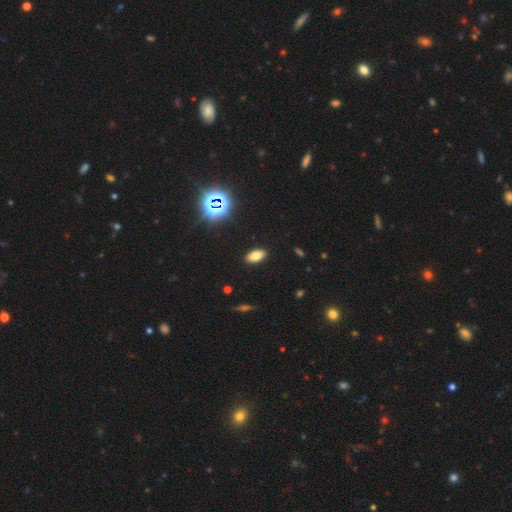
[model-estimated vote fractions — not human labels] Smooth or featured? Predicted: smooth (p=0.72). How rounded? Predicted: in between (p=0.90). Merging? Predicted: none (p=0.90).